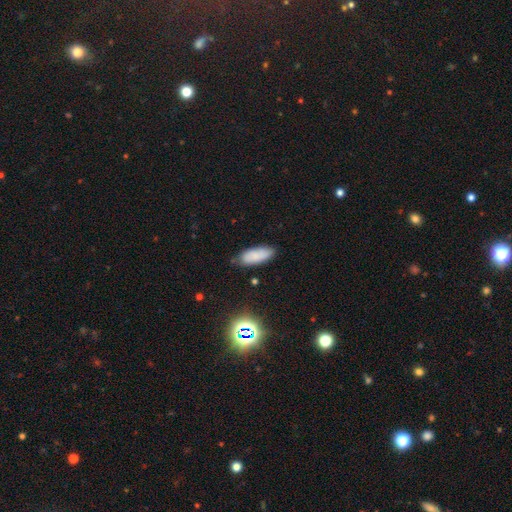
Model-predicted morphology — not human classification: type=smooth (79%); roundness=in between (76%); merging=none (75%).